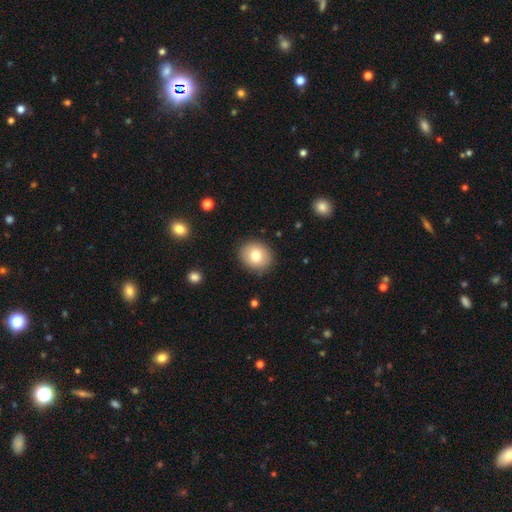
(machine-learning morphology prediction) Smooth or featured? smooth (78%)
How rounded? round (71%)
Merging? none (87%)